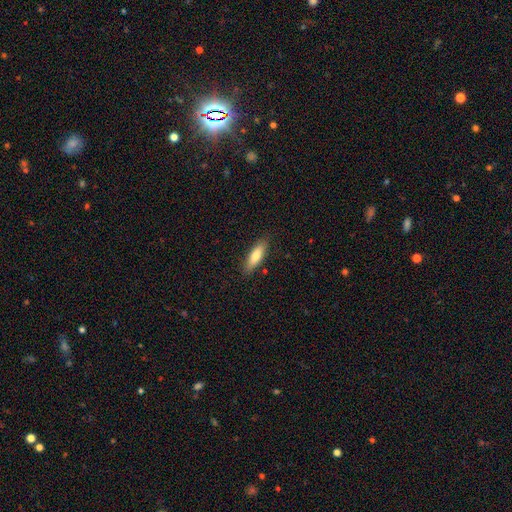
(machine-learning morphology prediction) Q: Smooth or featured?
A: smooth (79%); runner-up: featured or disk (15%)
Q: How rounded?
A: in between (50%); runner-up: cigar-shaped (48%)
Q: Merging?
A: none (86%); runner-up: minor disturbance (11%)